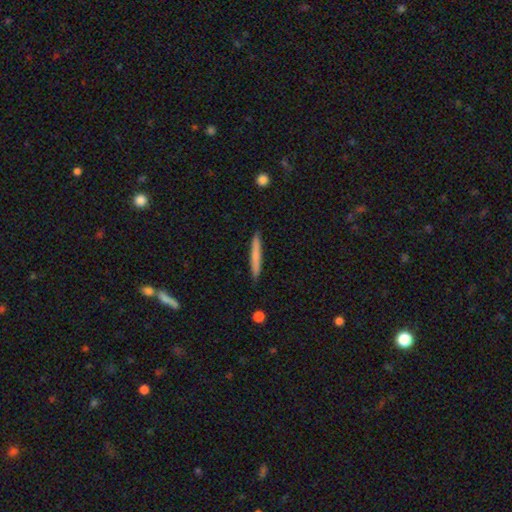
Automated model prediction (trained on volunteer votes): This appears to be a smooth galaxy with no disk features (72%) that is cigar-shaped (96%). Merging: none (91%).